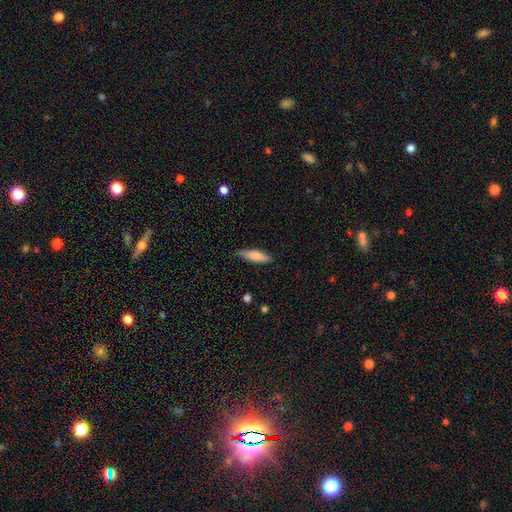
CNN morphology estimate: Q: Smooth or featured?
A: smooth (74%); runner-up: featured or disk (20%)
Q: How rounded?
A: cigar-shaped (63%); runner-up: in between (35%)
Q: Merging?
A: none (82%); runner-up: minor disturbance (15%)